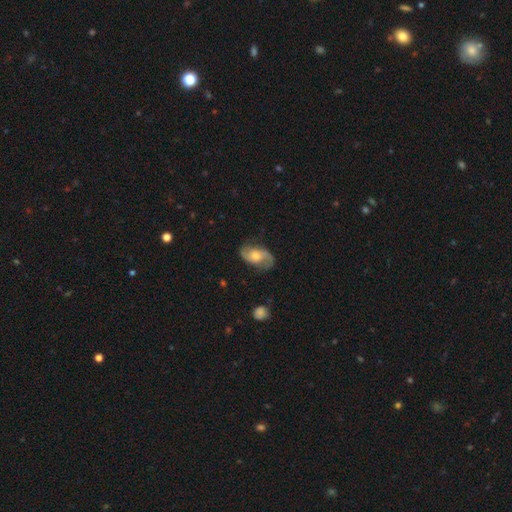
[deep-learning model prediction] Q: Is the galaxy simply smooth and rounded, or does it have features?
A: featured or disk — 73%.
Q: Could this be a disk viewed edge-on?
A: no — 96%.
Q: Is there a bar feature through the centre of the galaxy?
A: no — 61%.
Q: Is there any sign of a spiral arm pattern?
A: yes — 93%.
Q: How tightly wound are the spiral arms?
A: loose — 44%.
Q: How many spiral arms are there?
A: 2 — 90%.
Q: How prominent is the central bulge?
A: moderate — 55%.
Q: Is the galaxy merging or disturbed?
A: none — 73%.